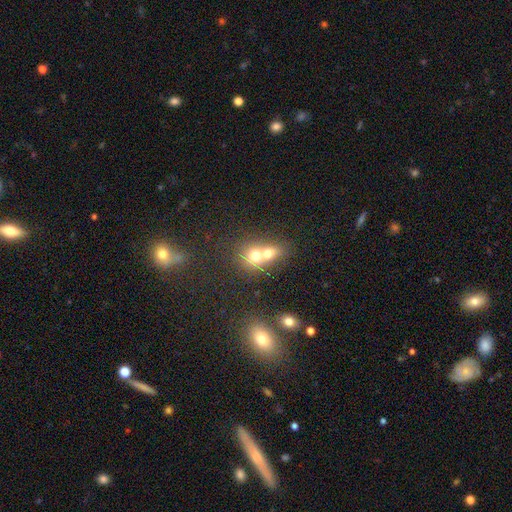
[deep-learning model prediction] Smooth or featured? Predicted: smooth (p=0.67). How rounded? Predicted: round (p=0.66). Merging? Predicted: merger (p=0.70).